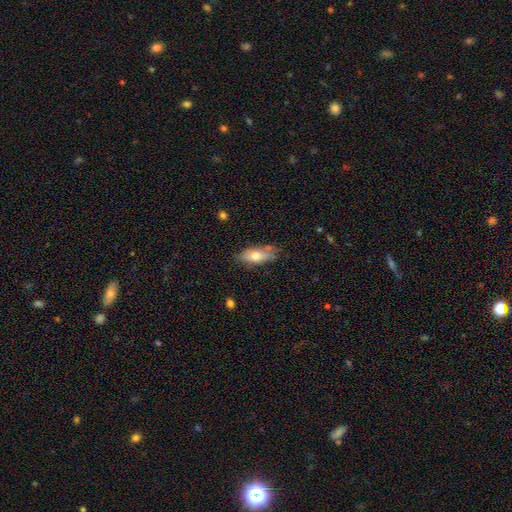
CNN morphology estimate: Smooth or featured?
  - smooth: 69% *
  - featured or disk: 24%
  - star or artifact: 7%
How rounded?
  - in between: 80% *
  - cigar-shaped: 16%
  - round: 3%
Merging?
  - none: 67% *
  - minor disturbance: 23%
  - major disturbance: 5%
  - merger: 5%